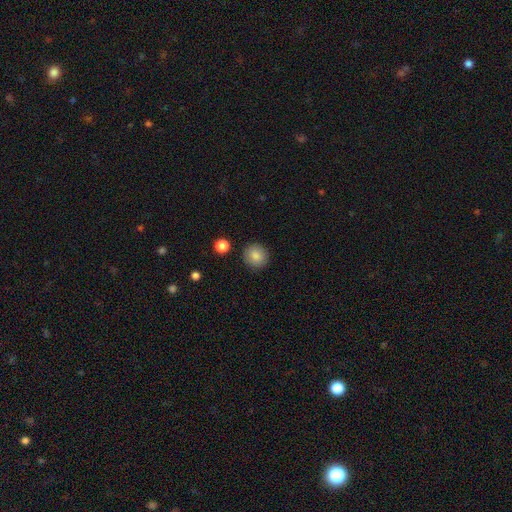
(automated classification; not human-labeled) Morphology: type=smooth (87%); roundness=round (89%); merging=none (90%).